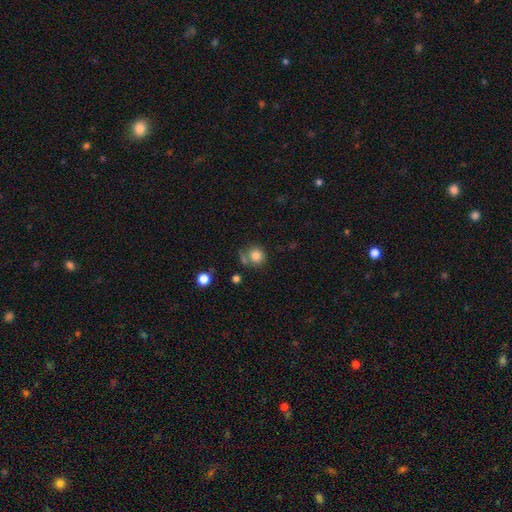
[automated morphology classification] type=smooth (82%); roundness=round (85%); merging=none (62%).